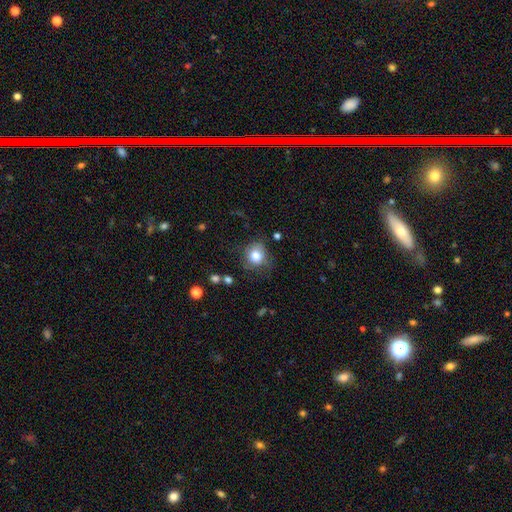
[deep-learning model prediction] Smooth or featured?
  - smooth: 79% *
  - star or artifact: 11%
  - featured or disk: 10%
How rounded?
  - round: 77% *
  - in between: 22%
  - cigar-shaped: 1%
Merging?
  - none: 69% *
  - minor disturbance: 21%
  - major disturbance: 8%
  - merger: 2%